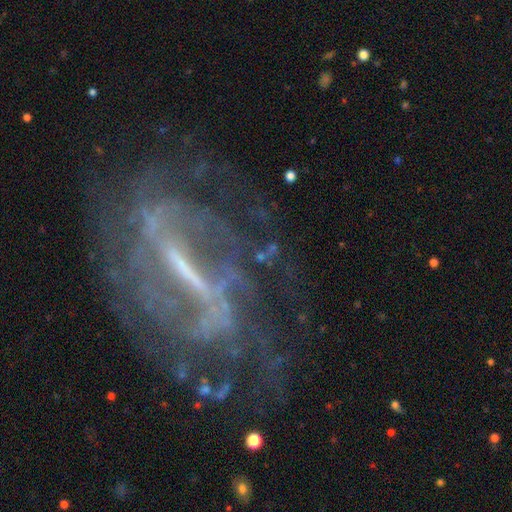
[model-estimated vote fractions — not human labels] smooth_or_featured: featured or disk (p=0.85) [alt: star or artifact p=0.09]
disk_edge_on: no (p=0.90) [alt: yes p=0.10]
bar: strong (p=0.70) [alt: weak p=0.23]
has_spiral_arms: yes (p=0.81) [alt: no p=0.19]
spiral_winding: tight (p=0.46) [alt: medium p=0.36]
spiral_arm_count: can't tell (p=0.45) [alt: 2 p=0.27]
bulge_size: small (p=0.44) [alt: none p=0.29]
merging: none (p=0.63) [alt: minor disturbance p=0.18]